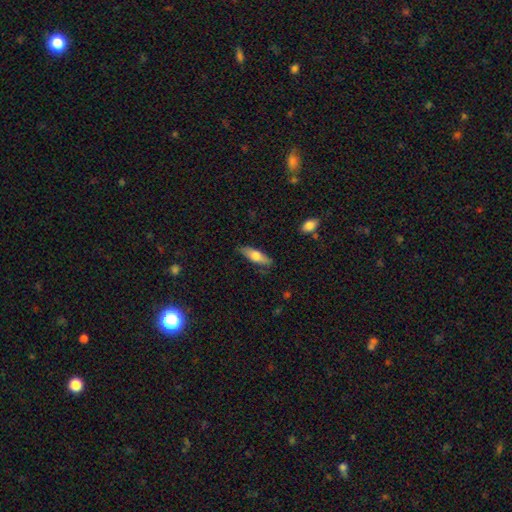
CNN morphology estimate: Smooth or featured: smooth — 67% (featured or disk — 27%)
How rounded: in between — 52% (cigar-shaped — 45%)
Merging: none — 80% (minor disturbance — 16%)